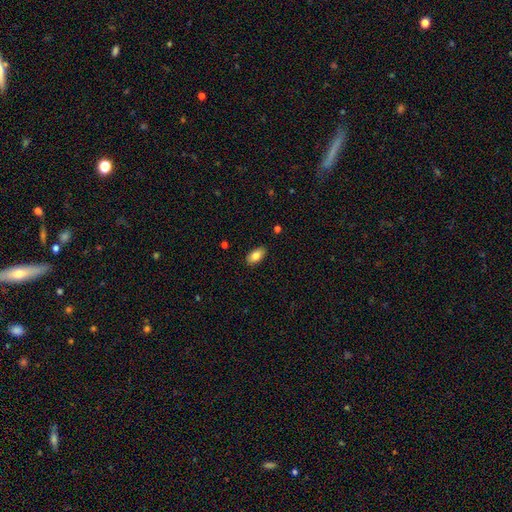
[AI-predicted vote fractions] smooth 82%, featured or disk 11%, star or artifact 7%. Down the decision tree: how rounded — in between (93%); merging — none (87%).